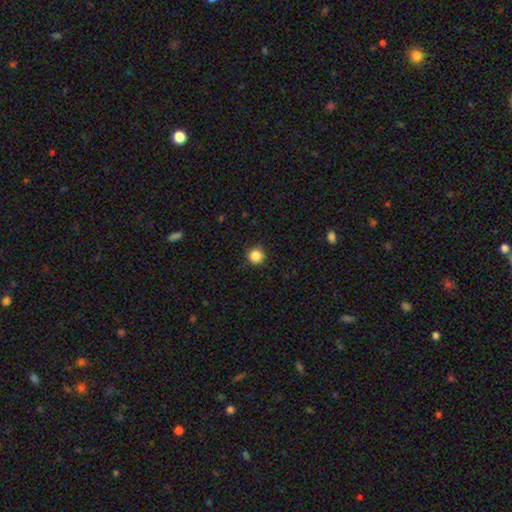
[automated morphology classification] Smooth or featured: smooth — 86% (star or artifact — 11%)
How rounded: round — 95% (in between — 4%)
Merging: none — 92% (minor disturbance — 5%)